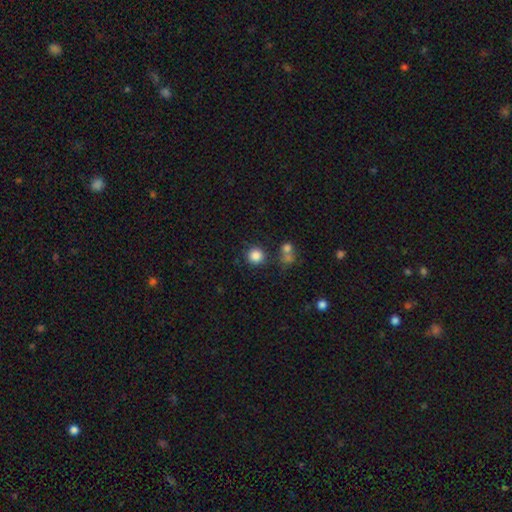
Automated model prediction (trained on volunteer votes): smooth_or_featured: smooth (p=0.84) [alt: star or artifact p=0.11]
how_rounded: round (p=0.93) [alt: in between p=0.06]
merging: none (p=0.80) [alt: merger p=0.08]